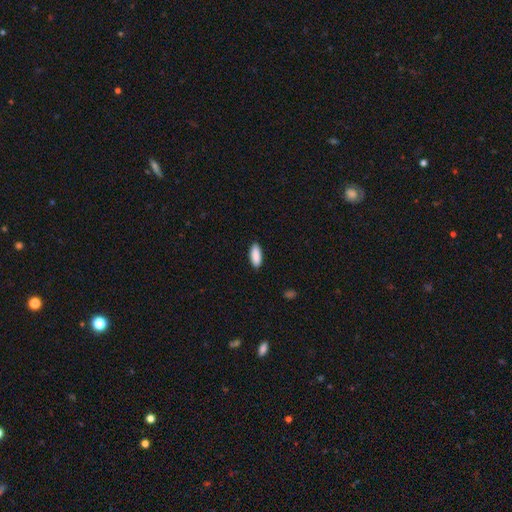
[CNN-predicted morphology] The model was most divided on "how rounded": in between: 78%, cigar-shaped: 20%, round: 2%. More confident: smooth or featured — smooth (91%); merging — none (88%).